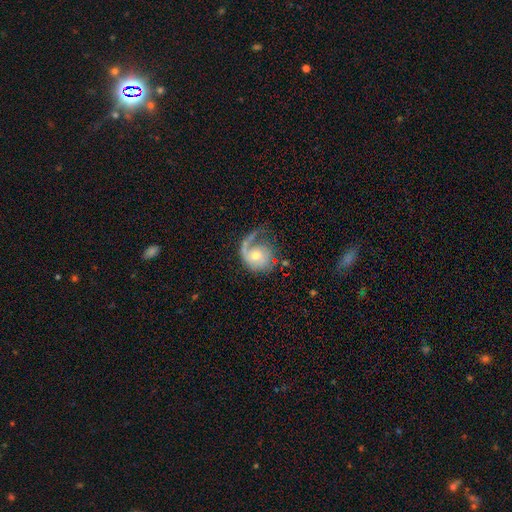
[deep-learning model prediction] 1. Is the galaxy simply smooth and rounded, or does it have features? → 74% featured or disk, 20% smooth, 6% star or artifact.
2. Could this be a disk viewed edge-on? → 98% no, 2% yes.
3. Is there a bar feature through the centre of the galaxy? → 71% no, 25% weak, 4% strong.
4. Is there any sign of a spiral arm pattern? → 88% yes, 12% no.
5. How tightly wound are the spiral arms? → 39% loose, 36% medium, 25% tight.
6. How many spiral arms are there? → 80% 1, 11% 2, 5% can't tell, 2% 3, 1% 4, 1% more than 4.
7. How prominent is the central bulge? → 58% moderate, 34% small, 5% large, 2% none, 1% dominant.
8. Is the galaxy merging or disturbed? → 42% none, 34% major disturbance, 18% minor disturbance, 5% merger.